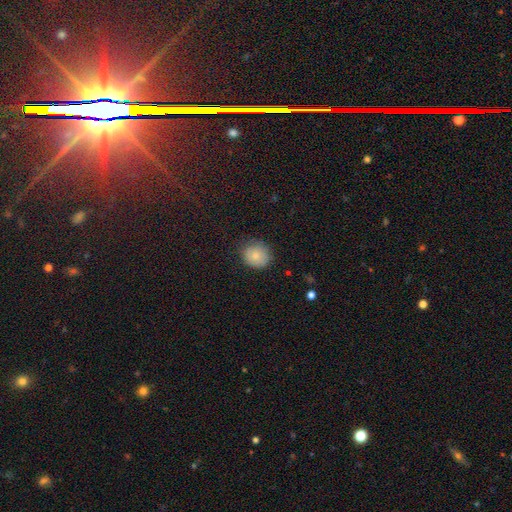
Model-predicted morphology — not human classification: Q: Smooth or featured?
A: smooth (81%); runner-up: featured or disk (10%)
Q: How rounded?
A: round (82%); runner-up: in between (17%)
Q: Merging?
A: none (78%); runner-up: minor disturbance (17%)